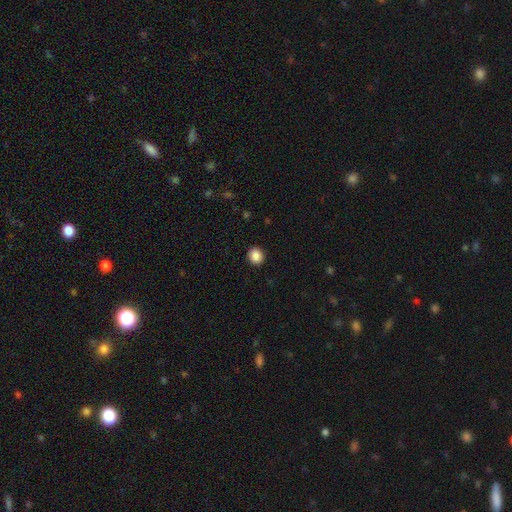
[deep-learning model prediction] Overall: smooth (88%). How rounded: round (80%). Merging: none (91%).